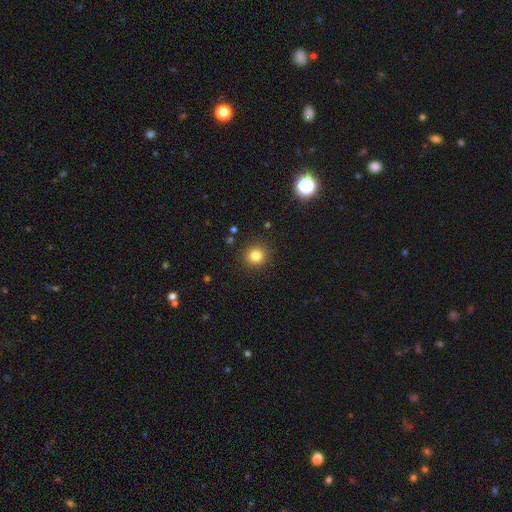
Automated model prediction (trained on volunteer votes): Overall: smooth (82%). How rounded: round (92%). Merging: none (91%).